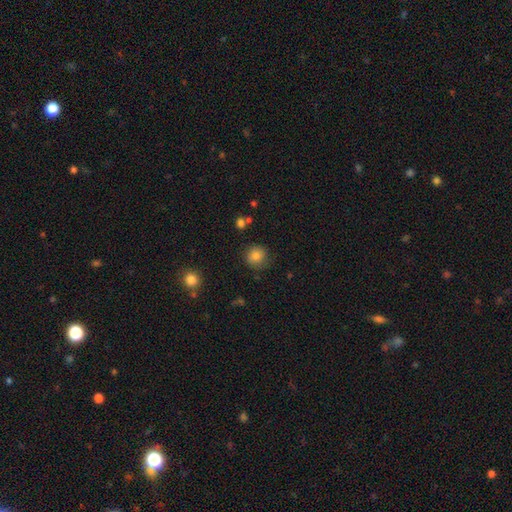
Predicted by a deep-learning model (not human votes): Smooth or featured? Predicted: smooth (p=0.81). How rounded? Predicted: round (p=0.90). Merging? Predicted: none (p=0.82).